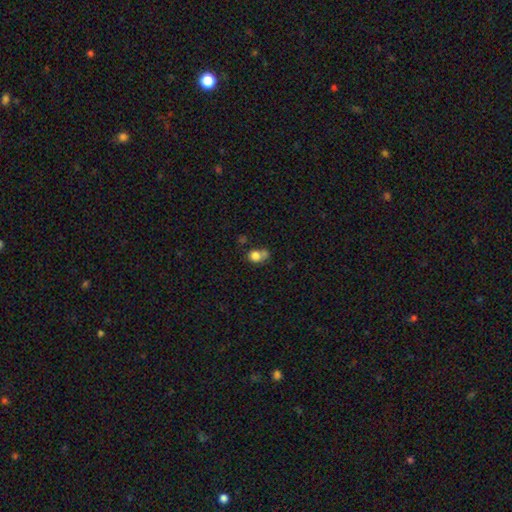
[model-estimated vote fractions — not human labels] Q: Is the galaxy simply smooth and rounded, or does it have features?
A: smooth — 78%.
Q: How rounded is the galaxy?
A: round — 61%.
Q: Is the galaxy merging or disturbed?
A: merger — 35%.